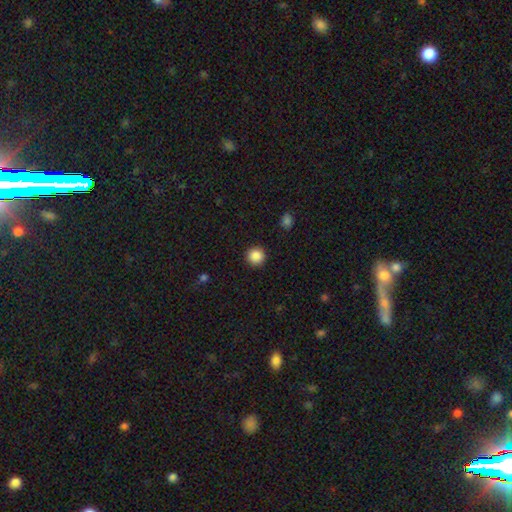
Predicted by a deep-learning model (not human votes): This appears to be a smooth galaxy with no disk features (88%) that is round (95%). Merging: none (92%).